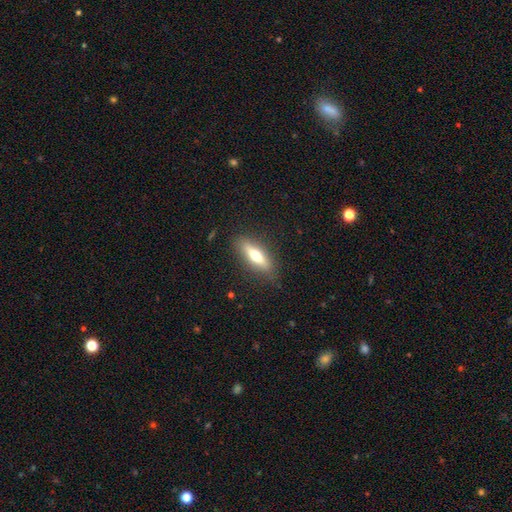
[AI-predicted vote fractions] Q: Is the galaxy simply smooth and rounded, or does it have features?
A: smooth — 56%.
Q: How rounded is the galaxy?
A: cigar-shaped — 61%.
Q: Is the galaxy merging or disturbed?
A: none — 86%.